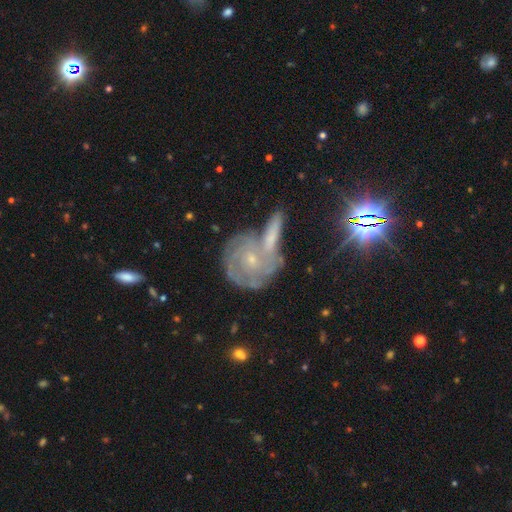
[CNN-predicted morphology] smooth-or-featured: featured or disk: 70% | star or artifact: 18% | smooth: 12%
  disk-edge-on: no: 94% | yes: 6%
    bar: no: 62% | weak: 28% | strong: 9%
    has-spiral-arms: yes: 89% | no: 11%
      spiral-winding: tight: 73% | medium: 21% | loose: 6%
      spiral-arm-count: can't tell: 43% | 2: 20% | 3: 18% | 4: 8% | 1: 6% | more than 4: 6%
    bulge-size: small: 73% | moderate: 22% | none: 2% | large: 1% | dominant: 1%
  merging: none: 47% | merger: 32% | minor disturbance: 13% | major disturbance: 7%